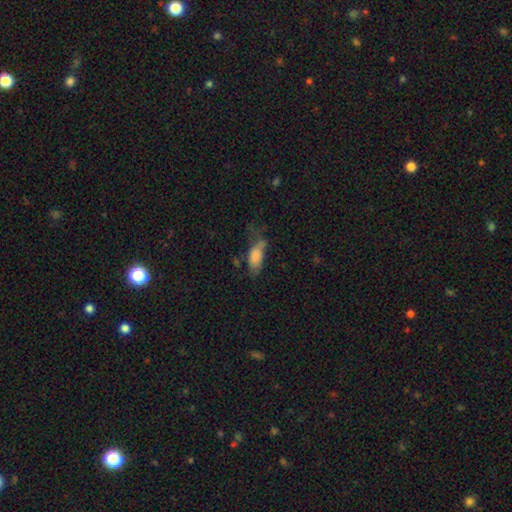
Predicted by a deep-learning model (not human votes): smooth-or-featured: smooth: 75% | featured or disk: 16% | star or artifact: 9%
  how-rounded: in between: 79% | cigar-shaped: 17% | round: 3%
  merging: major disturbance: 32% | minor disturbance: 31% | none: 31% | merger: 7%